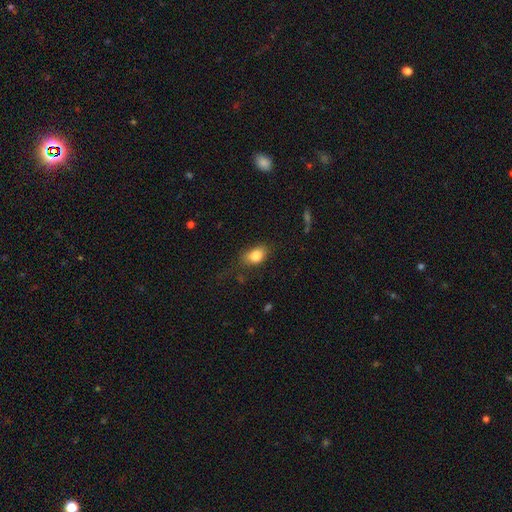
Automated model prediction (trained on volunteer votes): Smooth or featured? Predicted: smooth (p=0.84). How rounded? Predicted: in between (p=0.80). Merging? Predicted: none (p=0.68).